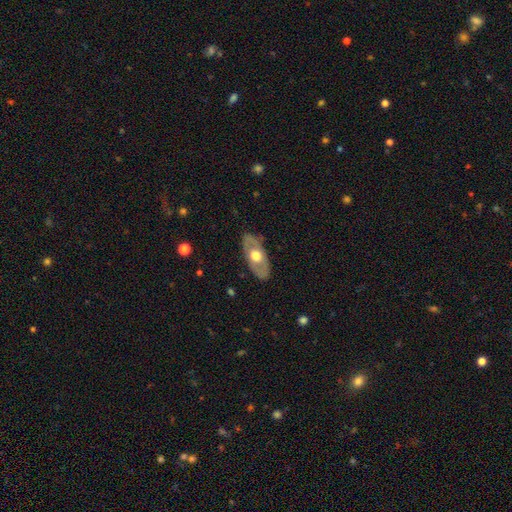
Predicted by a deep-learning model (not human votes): smooth_or_featured: featured or disk (p=0.54) [alt: smooth p=0.42]
disk_edge_on: no (p=0.77) [alt: yes p=0.23]
merging: none (p=0.84) [alt: minor disturbance p=0.12]